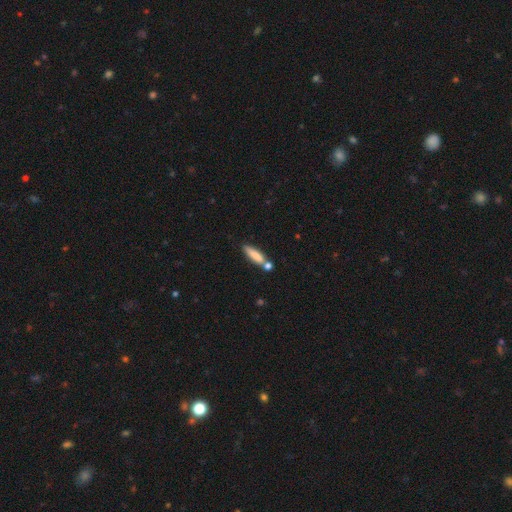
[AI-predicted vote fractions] Smooth or featured: smooth — 79% (featured or disk — 13%)
How rounded: cigar-shaped — 64% (in between — 34%)
Merging: none — 55% (merger — 25%)